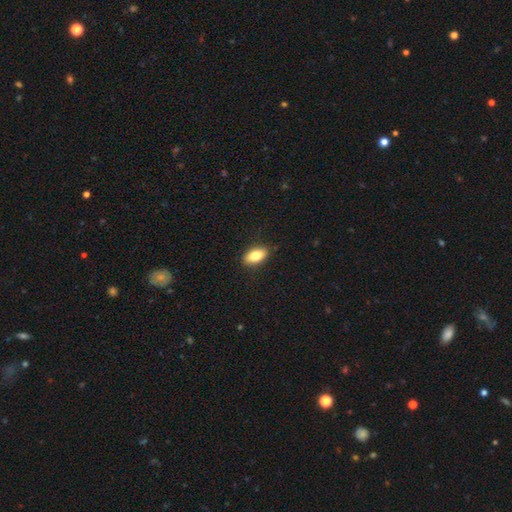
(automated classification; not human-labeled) Smooth or featured?
  - smooth: 82% *
  - featured or disk: 11%
  - star or artifact: 7%
How rounded?
  - in between: 89% *
  - cigar-shaped: 6%
  - round: 4%
Merging?
  - none: 88% *
  - minor disturbance: 9%
  - major disturbance: 2%
  - merger: 1%